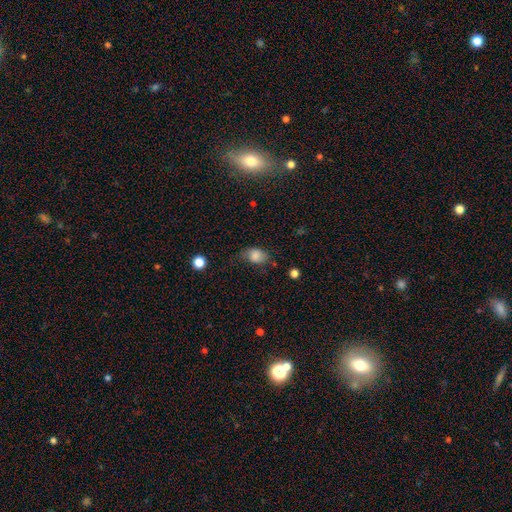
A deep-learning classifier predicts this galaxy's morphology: smooth 82%, star or artifact 10%, featured or disk 9%. Down the decision tree: how rounded — in between (73%); merging — none (55%).